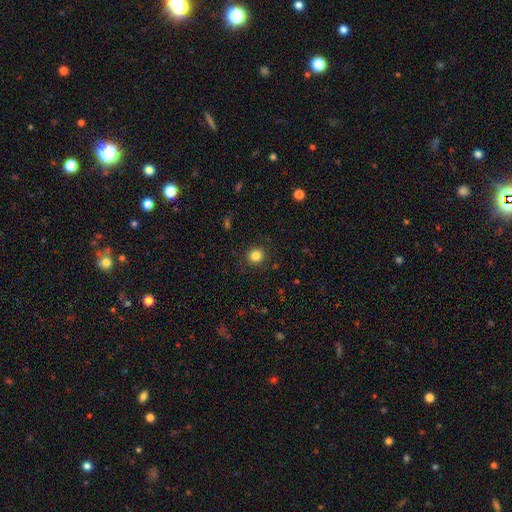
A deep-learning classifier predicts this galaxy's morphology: Smooth or featured? Predicted: smooth (p=0.83). How rounded? Predicted: round (p=0.92). Merging? Predicted: none (p=0.91).